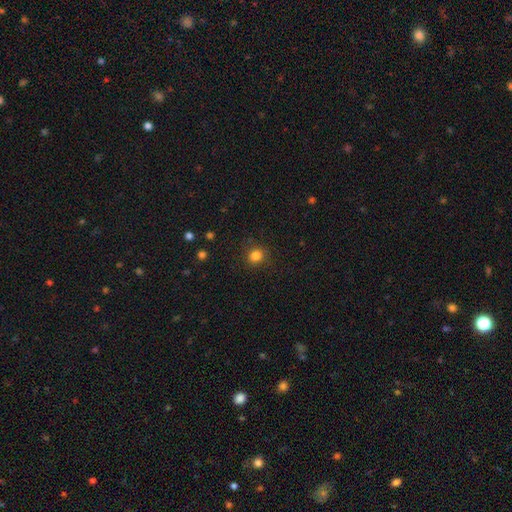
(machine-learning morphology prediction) A smooth galaxy with no disk features (83%) that is round (87%). Merging: none (88%).